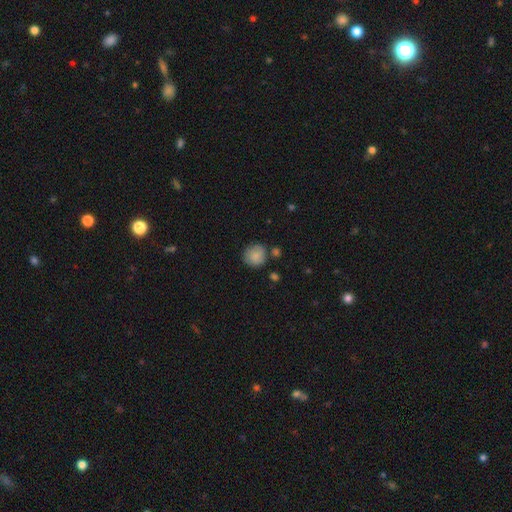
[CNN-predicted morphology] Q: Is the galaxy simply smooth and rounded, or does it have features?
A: smooth — 85%.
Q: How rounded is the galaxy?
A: round — 89%.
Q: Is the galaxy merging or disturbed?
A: none — 73%.